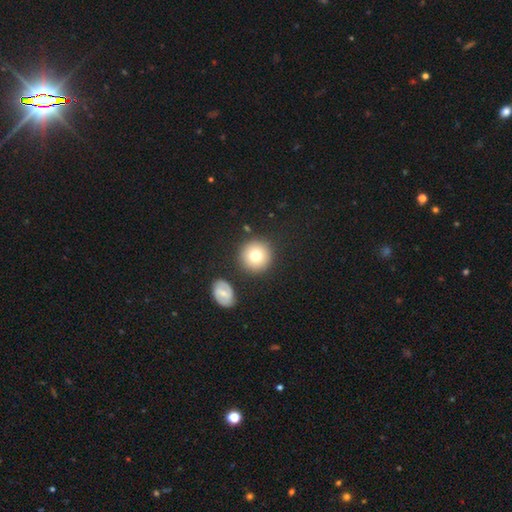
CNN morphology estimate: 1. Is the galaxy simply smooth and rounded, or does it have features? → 78% smooth, 13% featured or disk, 10% star or artifact.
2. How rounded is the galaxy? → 94% round, 5% in between, 1% cigar-shaped.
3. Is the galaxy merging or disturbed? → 85% none, 7% minor disturbance, 5% merger, 3% major disturbance.